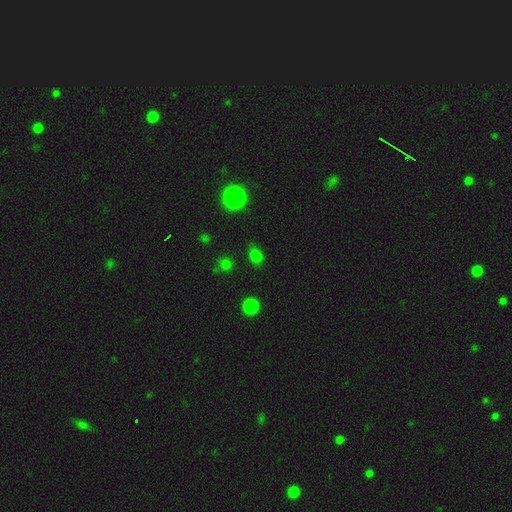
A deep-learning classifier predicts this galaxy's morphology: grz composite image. It shows a smooth galaxy with no disk features (76%) that is round (59%). Merging: none (80%).